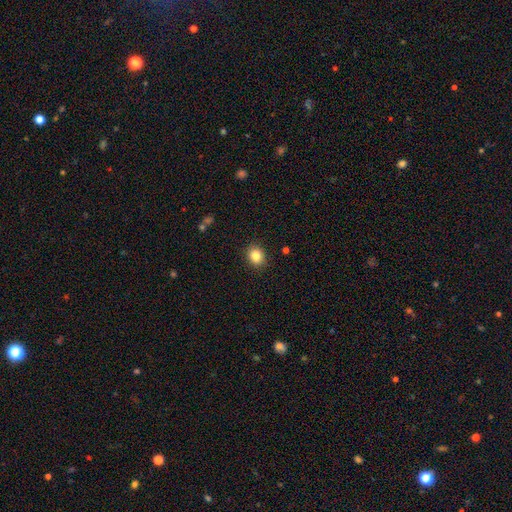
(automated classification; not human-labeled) Overall: smooth (85%). How rounded: round (65%; in between 34%). Merging: none (89%).